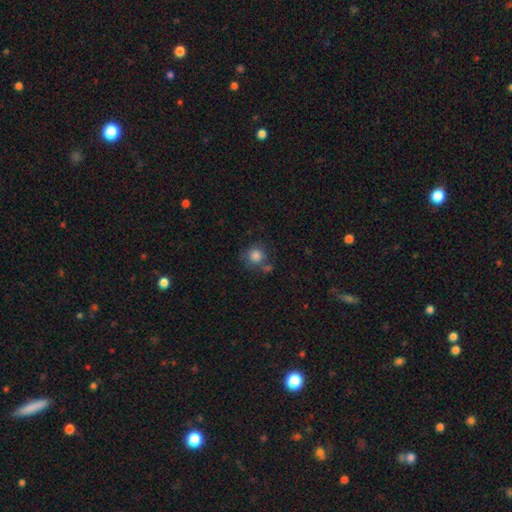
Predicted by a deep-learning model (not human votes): This is clearly a smooth galaxy (84%). How rounded: clearly round (89%). Merging: likely none (62%).